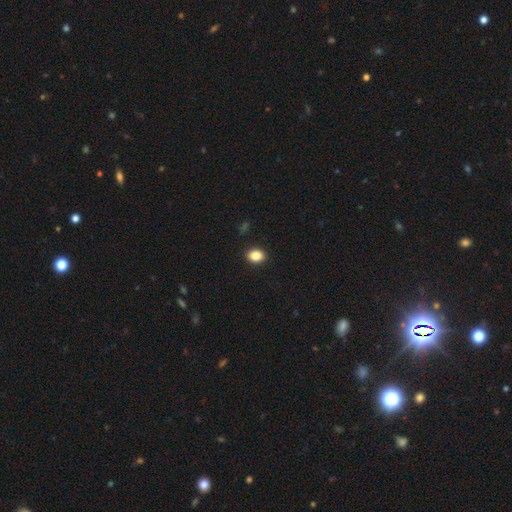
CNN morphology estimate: smooth 86%, star or artifact 9%, featured or disk 5%. Down the decision tree: how rounded — in between (63%); merging — none (91%).